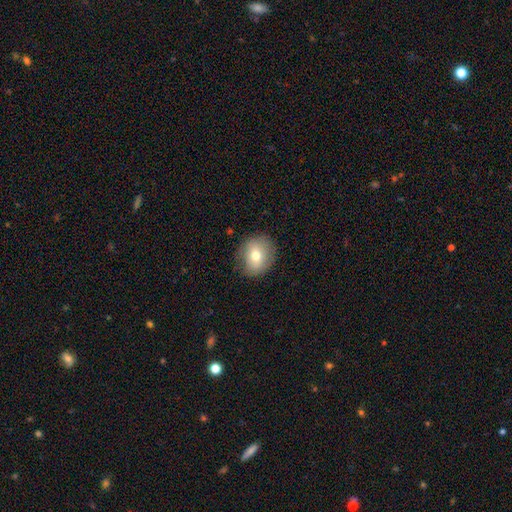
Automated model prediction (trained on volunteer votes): Smooth or featured? Predicted: smooth (p=0.73). How rounded? Predicted: round (p=0.69). Merging? Predicted: none (p=0.82).